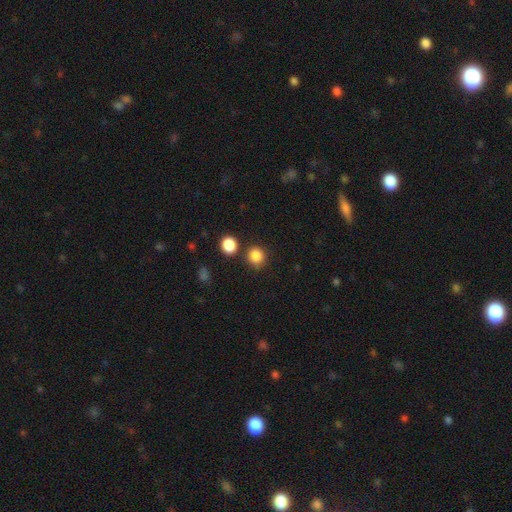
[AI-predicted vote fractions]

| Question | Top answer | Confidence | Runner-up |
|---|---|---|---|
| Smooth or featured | smooth | 85% | star or artifact (11%) |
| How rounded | round | 85% | in between (14%) |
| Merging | none | 77% | minor disturbance (11%) |